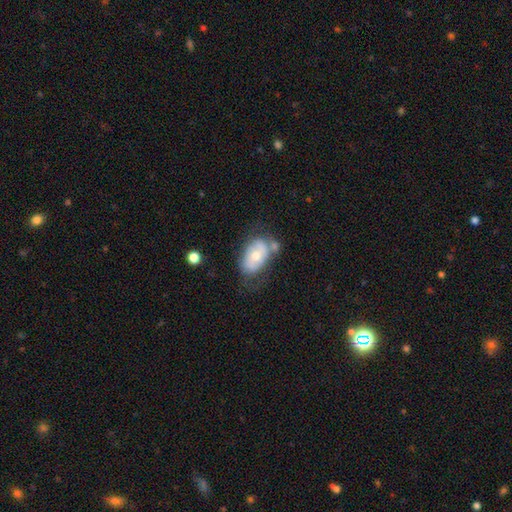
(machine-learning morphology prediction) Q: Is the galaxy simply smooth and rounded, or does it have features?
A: smooth — 50%.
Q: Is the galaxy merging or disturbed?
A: none — 45%.